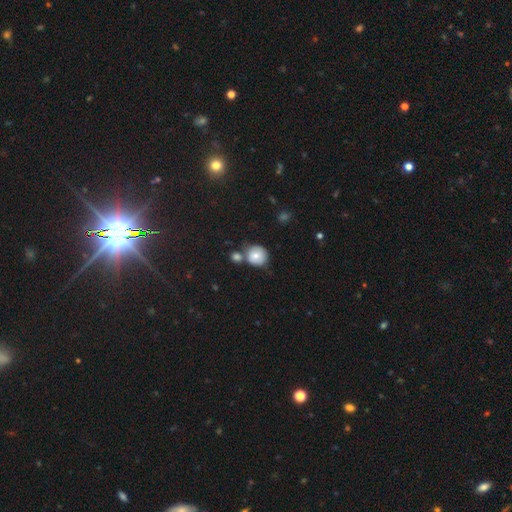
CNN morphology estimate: Overall: smooth (74%). How rounded: round (89%). Merging: none (60%; merger 23%).